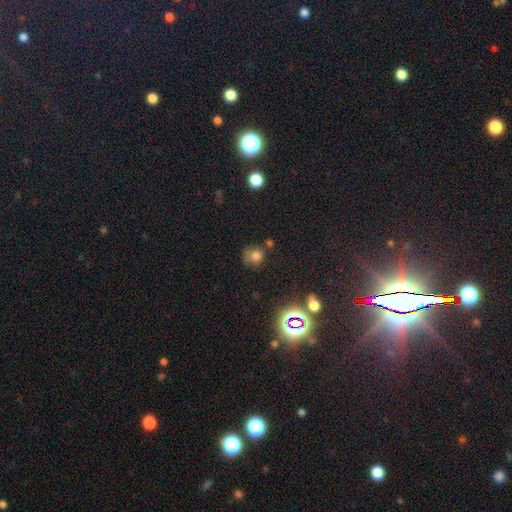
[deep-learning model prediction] A smooth galaxy with no disk features (69%) that is round (78%).

Vote fractions:
- Smooth or featured? smooth: 69% / star or artifact: 20% / featured or disk: 11%
- How rounded? round: 78% / in between: 21% / cigar-shaped: 1%
- Merging? none: 52% / minor disturbance: 24% / merger: 12% / major disturbance: 12%